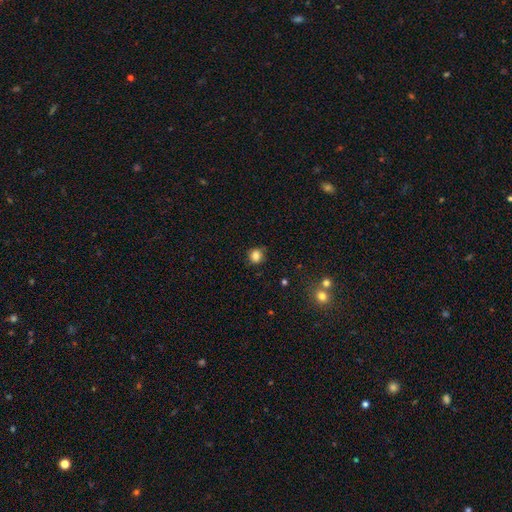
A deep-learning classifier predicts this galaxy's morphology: smooth-or-featured: smooth: 83% | star or artifact: 11% | featured or disk: 5%
  how-rounded: round: 86% | in between: 13% | cigar-shaped: 1%
  merging: none: 83% | minor disturbance: 13% | major disturbance: 3% | merger: 2%